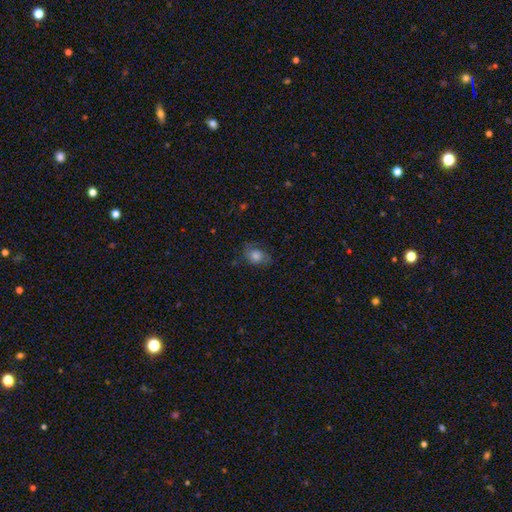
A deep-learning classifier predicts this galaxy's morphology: type=smooth (65%); roundness=in between (61%); merging=none (60%).